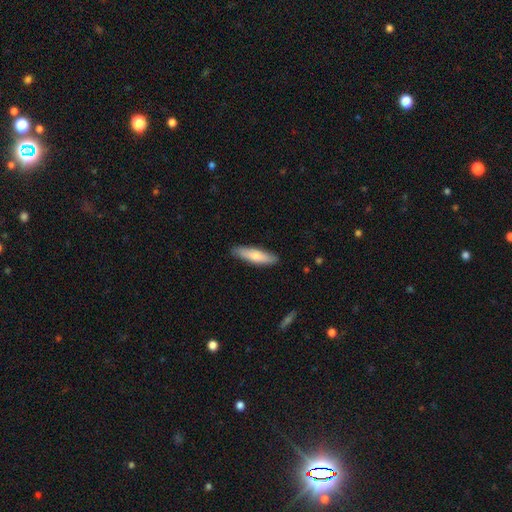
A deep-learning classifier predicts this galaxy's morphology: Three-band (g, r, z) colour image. It shows a smooth galaxy with no disk features (71%) that is cigar-shaped (69%). Merging: none (87%).